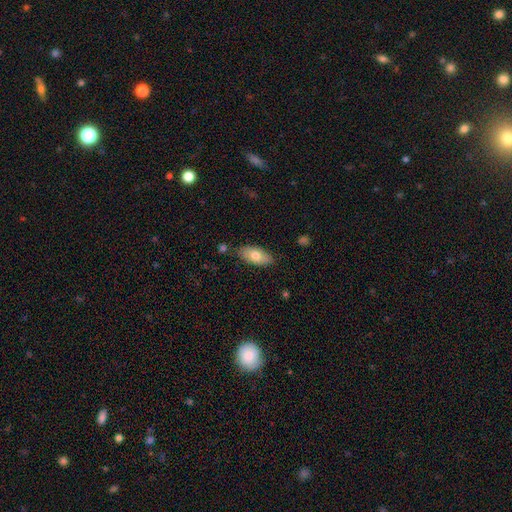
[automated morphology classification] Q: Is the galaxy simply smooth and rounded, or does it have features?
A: smooth — 74%.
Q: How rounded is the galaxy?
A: in between — 89%.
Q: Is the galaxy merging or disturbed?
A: none — 79%.